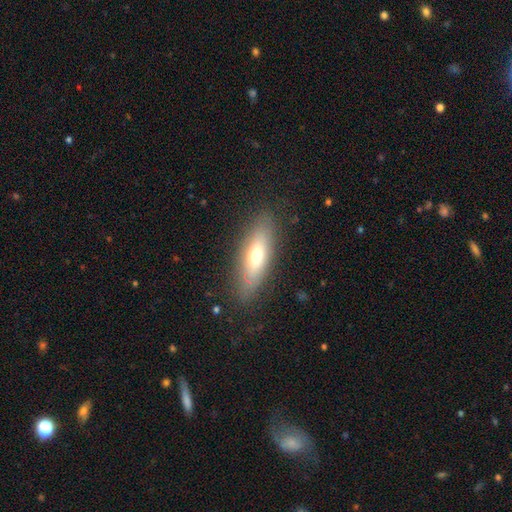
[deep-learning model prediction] Smooth or featured? smooth (61%)
How rounded? in between (56%)
Merging? none (83%)